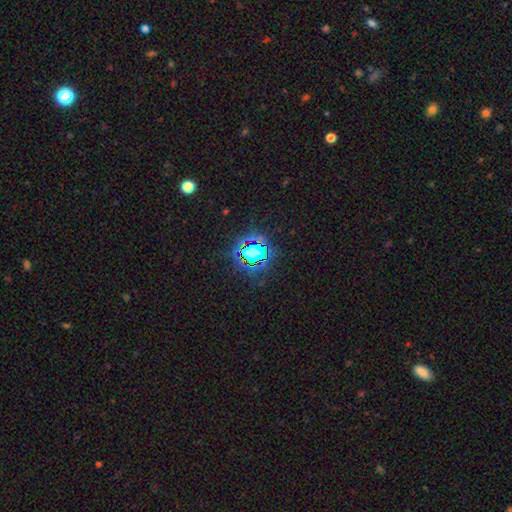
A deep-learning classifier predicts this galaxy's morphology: Smooth or featured? star or artifact (65%)